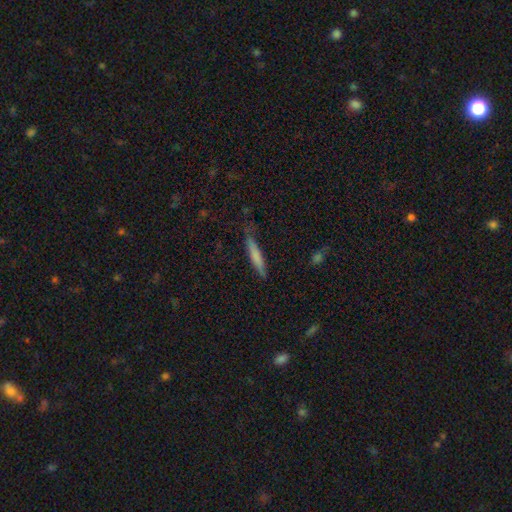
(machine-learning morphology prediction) Smooth or featured?
  - smooth: 70% *
  - featured or disk: 24%
  - star or artifact: 6%
How rounded?
  - cigar-shaped: 92% *
  - in between: 7%
  - round: 1%
Merging?
  - none: 78% *
  - minor disturbance: 17%
  - major disturbance: 3%
  - merger: 2%